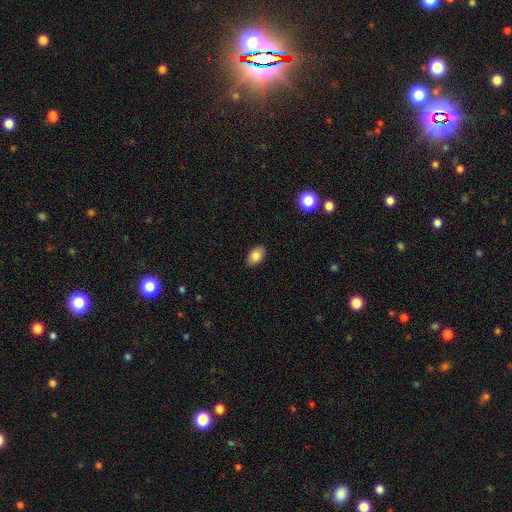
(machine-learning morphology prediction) This appears to be a smooth galaxy with no disk features (83%) that is in between round and cigar-shaped (91%). Merging: none (87%).